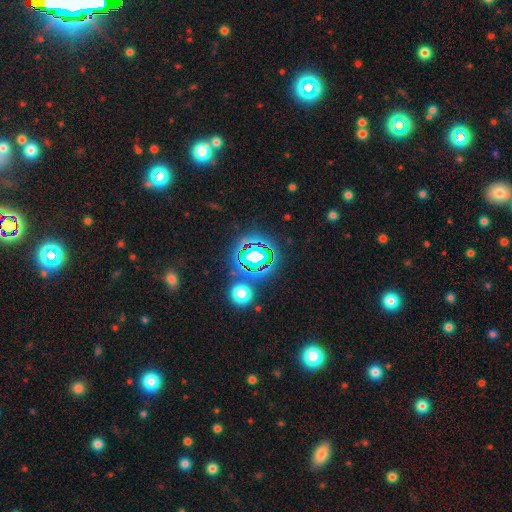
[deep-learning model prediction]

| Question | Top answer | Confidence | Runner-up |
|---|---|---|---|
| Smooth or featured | star or artifact | 70% | smooth (18%) |